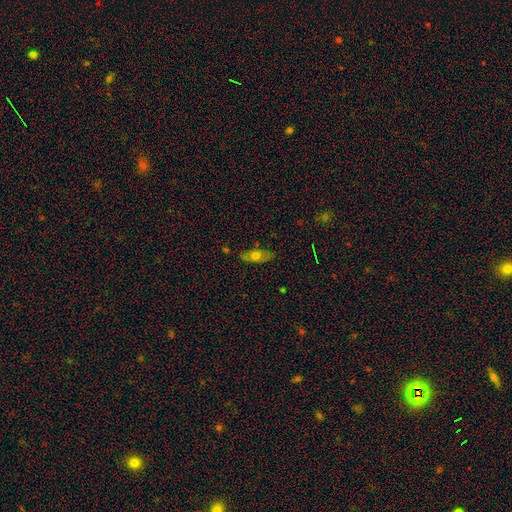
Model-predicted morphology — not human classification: Smooth or featured? smooth (56%)
How rounded? in between (74%)
Merging? none (79%)